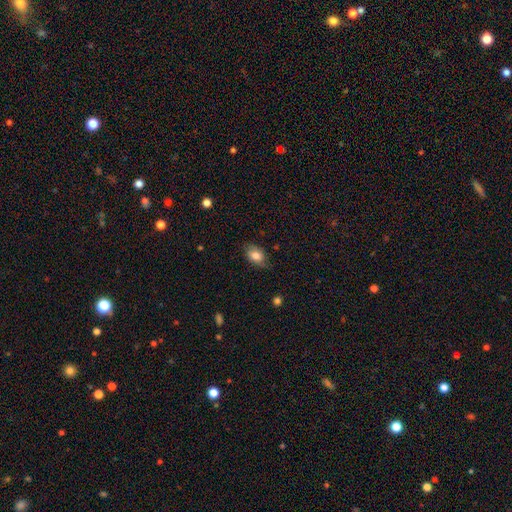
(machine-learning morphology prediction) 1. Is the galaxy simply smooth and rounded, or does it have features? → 77% smooth, 15% featured or disk, 8% star or artifact.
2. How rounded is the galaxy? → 84% in between, 15% round, 2% cigar-shaped.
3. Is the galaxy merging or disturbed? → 72% none, 22% minor disturbance, 5% major disturbance, 1% merger.